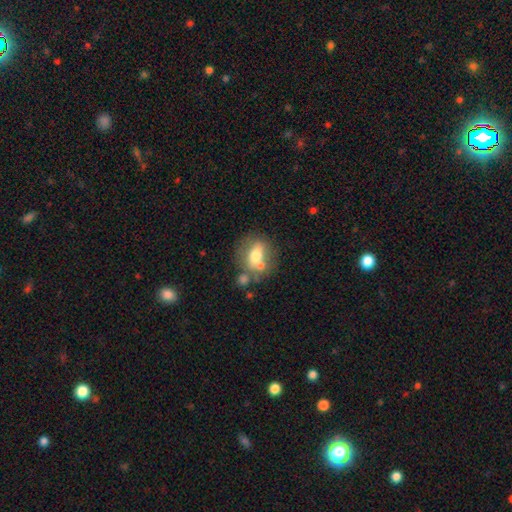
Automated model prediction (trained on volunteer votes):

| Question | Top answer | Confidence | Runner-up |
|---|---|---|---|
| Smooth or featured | smooth | 57% | featured or disk (33%) |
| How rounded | in between | 57% | round (39%) |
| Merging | none | 51% | merger (26%) |